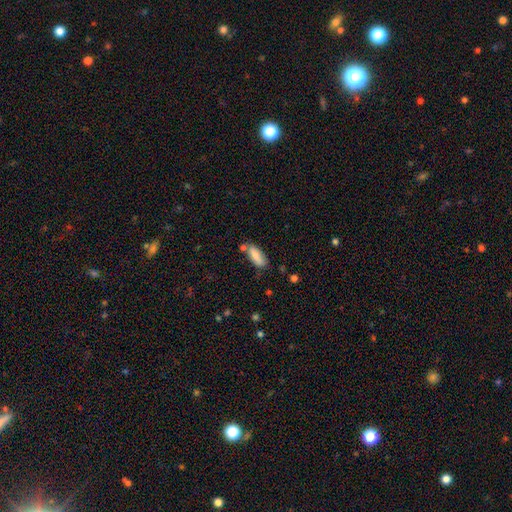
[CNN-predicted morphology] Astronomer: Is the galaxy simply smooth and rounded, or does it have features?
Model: smooth — 84%.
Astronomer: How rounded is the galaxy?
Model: in between — 72%.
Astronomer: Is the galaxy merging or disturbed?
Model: none — 63%.